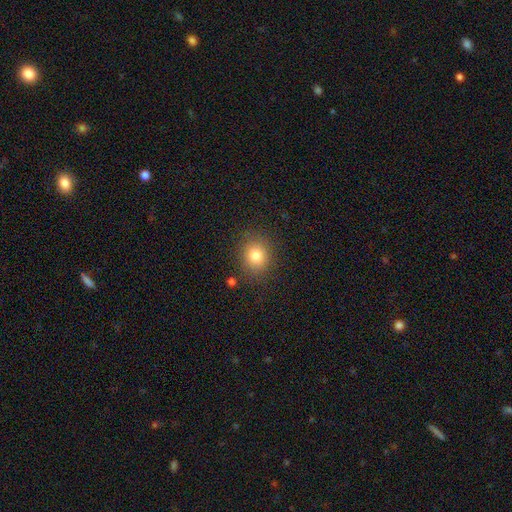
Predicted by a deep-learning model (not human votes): Smooth or featured?
  - smooth: 81% *
  - star or artifact: 12%
  - featured or disk: 8%
How rounded?
  - round: 71% *
  - in between: 28%
  - cigar-shaped: 1%
Merging?
  - none: 84% *
  - minor disturbance: 10%
  - major disturbance: 3%
  - merger: 2%